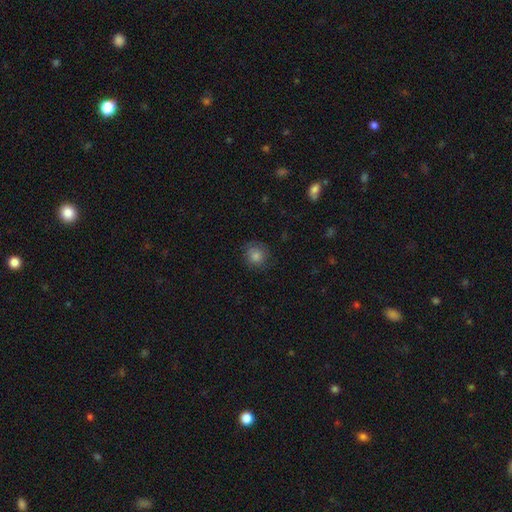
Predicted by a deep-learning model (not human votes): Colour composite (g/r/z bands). It shows a smooth galaxy with no disk features (77%) that is round (89%). Merging: none (79%).